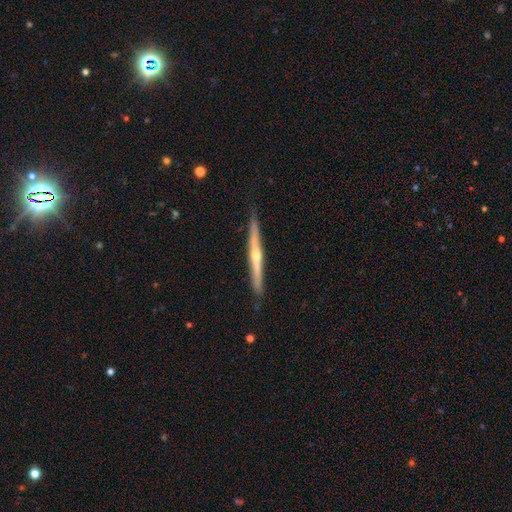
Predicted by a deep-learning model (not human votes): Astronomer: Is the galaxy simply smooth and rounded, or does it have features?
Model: featured or disk — 76%.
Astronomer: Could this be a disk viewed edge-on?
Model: yes — 98%.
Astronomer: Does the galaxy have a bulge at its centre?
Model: rounded — 80%.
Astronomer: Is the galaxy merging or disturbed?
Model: none — 89%.